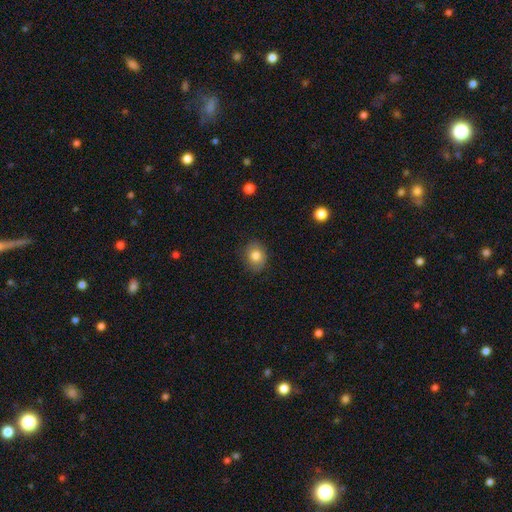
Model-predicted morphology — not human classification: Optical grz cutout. It shows a smooth galaxy with no disk features (81%) that is round (56%). Merging: none (84%).